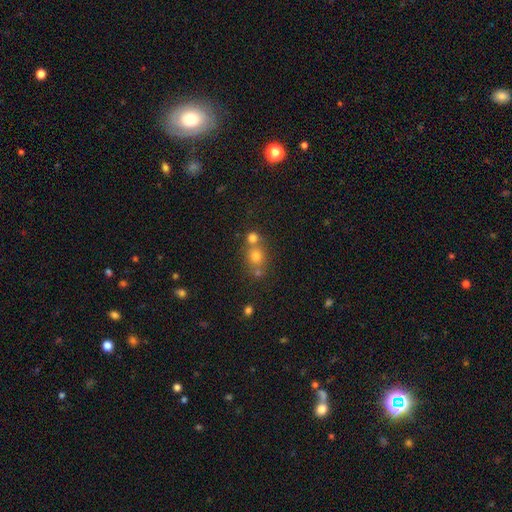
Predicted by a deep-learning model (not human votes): Smooth or featured?
  - smooth: 68% *
  - star or artifact: 20%
  - featured or disk: 12%
How rounded?
  - round: 79% *
  - in between: 20%
  - cigar-shaped: 1%
Merging?
  - none: 50% *
  - merger: 38%
  - minor disturbance: 8%
  - major disturbance: 3%